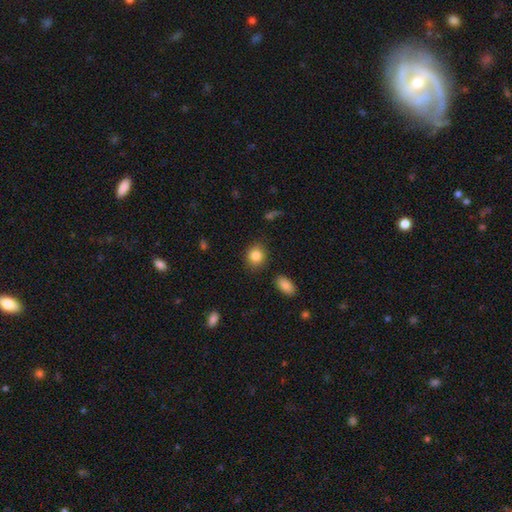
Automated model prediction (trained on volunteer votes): A smooth galaxy with no disk features (85%) that is round (77%). Merging: none (86%).